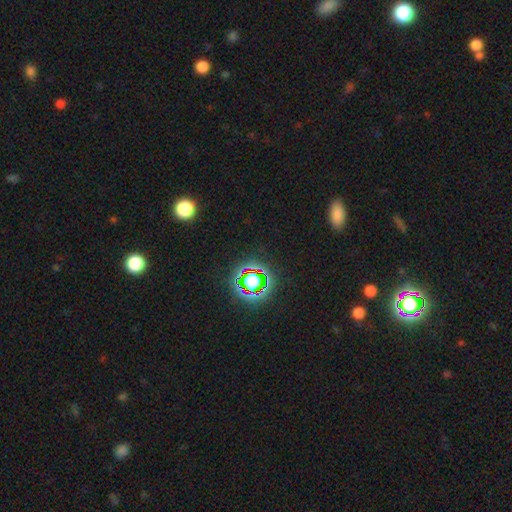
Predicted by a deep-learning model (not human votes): This is likely a star or artifact rather than a galaxy (76%).